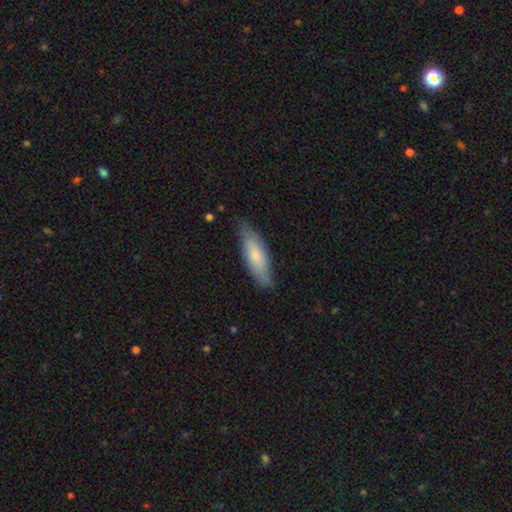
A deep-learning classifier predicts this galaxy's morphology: Smooth or featured? Predicted: smooth (p=0.70). How rounded? Predicted: cigar-shaped (p=0.51). Merging? Predicted: none (p=0.77).